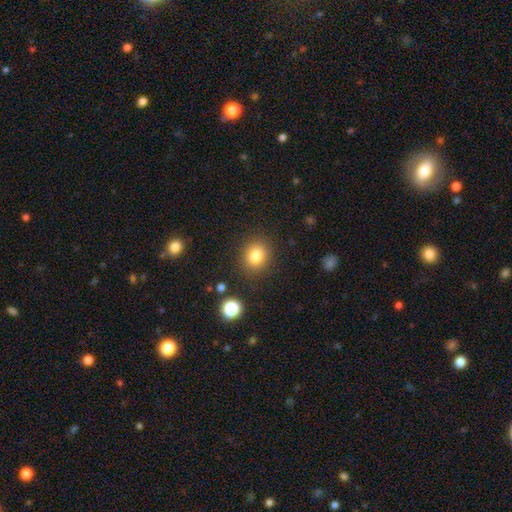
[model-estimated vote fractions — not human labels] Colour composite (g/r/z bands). It shows a smooth galaxy with no disk features (81%) that is round (77%). Merging: none (87%).